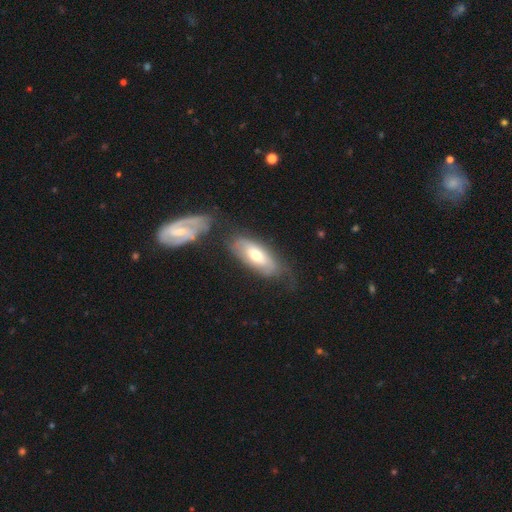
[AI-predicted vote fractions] smooth_or_featured: featured or disk (p=0.49) [alt: smooth p=0.46]
merging: none (p=0.54) [alt: minor disturbance p=0.24]